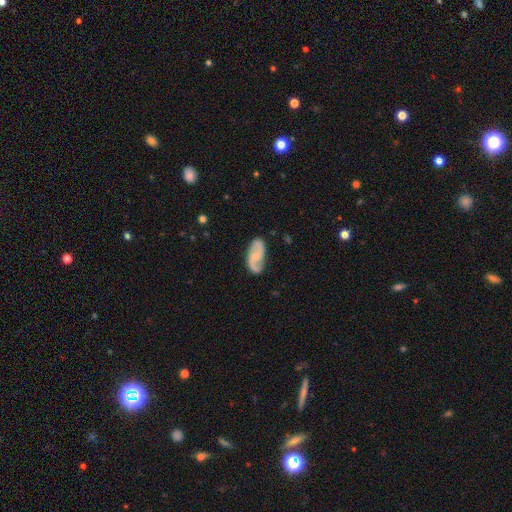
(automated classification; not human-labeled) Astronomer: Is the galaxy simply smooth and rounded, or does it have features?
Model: featured or disk — 72%.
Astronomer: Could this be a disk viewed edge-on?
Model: no — 96%.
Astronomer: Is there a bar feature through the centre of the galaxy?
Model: no — 53% (runner-up: weak, 38%).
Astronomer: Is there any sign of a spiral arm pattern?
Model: yes — 94%.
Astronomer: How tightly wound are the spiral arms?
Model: loose — 43% (runner-up: medium, 41%).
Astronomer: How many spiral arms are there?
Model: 2 — 87%.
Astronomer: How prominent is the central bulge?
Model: small — 44% (runner-up: none, 31%).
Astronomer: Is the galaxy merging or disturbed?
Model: none — 73%.